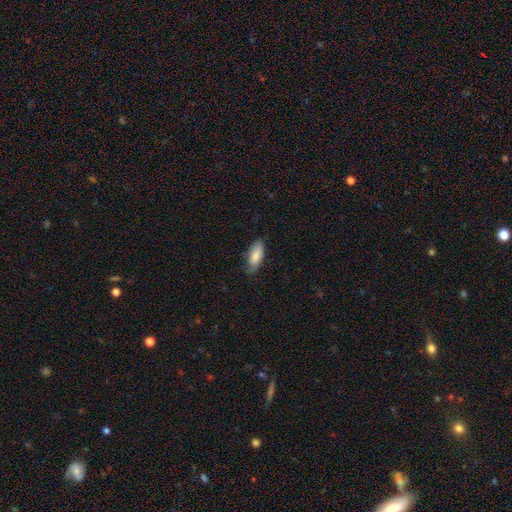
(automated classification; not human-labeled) Overall: smooth (81%). How rounded: in between (85%). Merging: none (62%; minor disturbance 30%).